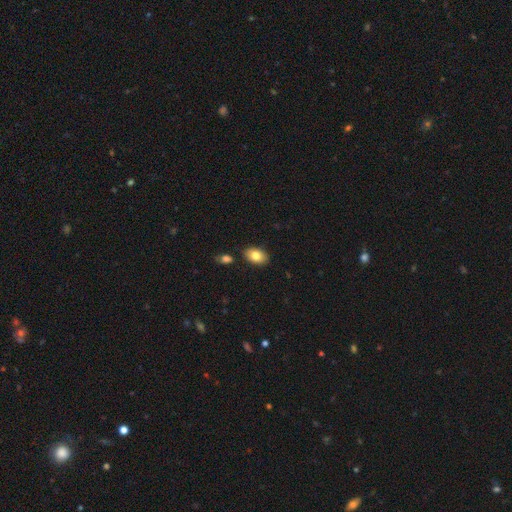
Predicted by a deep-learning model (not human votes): Smooth or featured?
  - smooth: 82% *
  - featured or disk: 11%
  - star or artifact: 7%
How rounded?
  - in between: 89% *
  - round: 10%
  - cigar-shaped: 1%
Merging?
  - none: 86% *
  - minor disturbance: 9%
  - merger: 4%
  - major disturbance: 2%